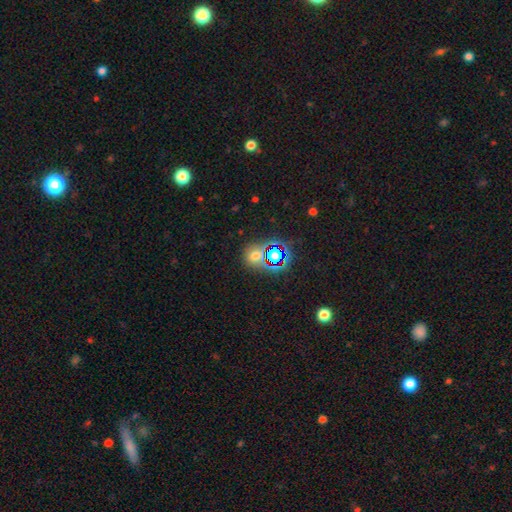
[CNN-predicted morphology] smooth-or-featured: smooth: 51% | star or artifact: 40% | featured or disk: 9%
  how-rounded: round: 77% | in between: 22% | cigar-shaped: 1%
  merging: none: 70% | merger: 14% | minor disturbance: 11% | major disturbance: 5%